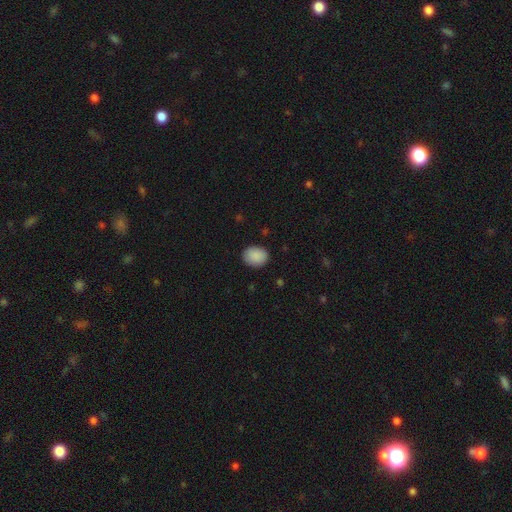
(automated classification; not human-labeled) Smooth or featured?
  - smooth: 89% *
  - star or artifact: 7%
  - featured or disk: 3%
How rounded?
  - in between: 53% *
  - round: 46%
  - cigar-shaped: 1%
Merging?
  - none: 88% *
  - minor disturbance: 9%
  - major disturbance: 2%
  - merger: 1%